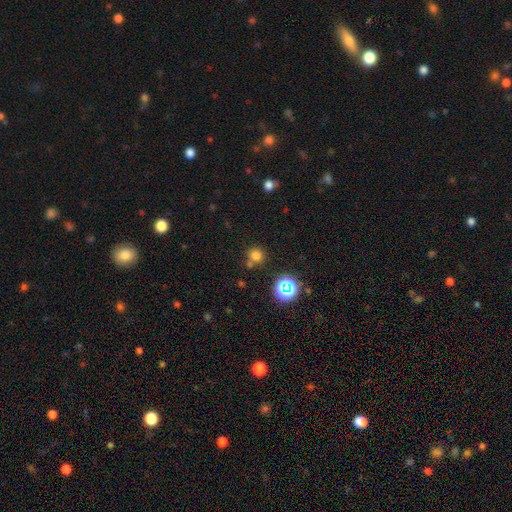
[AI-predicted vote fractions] Smooth or featured? Predicted: smooth (p=0.72). How rounded? Predicted: round (p=0.91). Merging? Predicted: none (p=0.72).